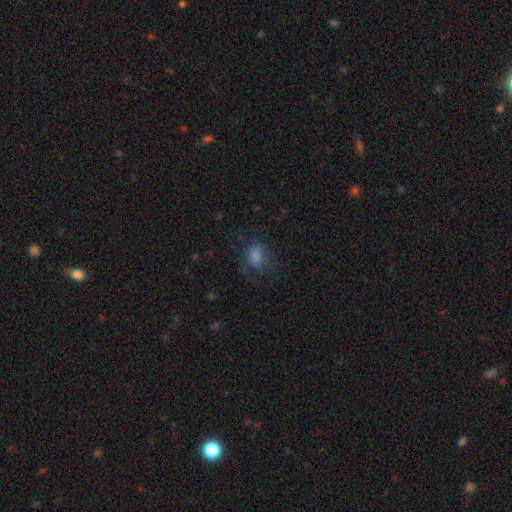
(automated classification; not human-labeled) Smooth or featured: smooth — 72% (star or artifact — 17%)
How rounded: in between — 67% (round — 31%)
Merging: none — 61% (minor disturbance — 22%)